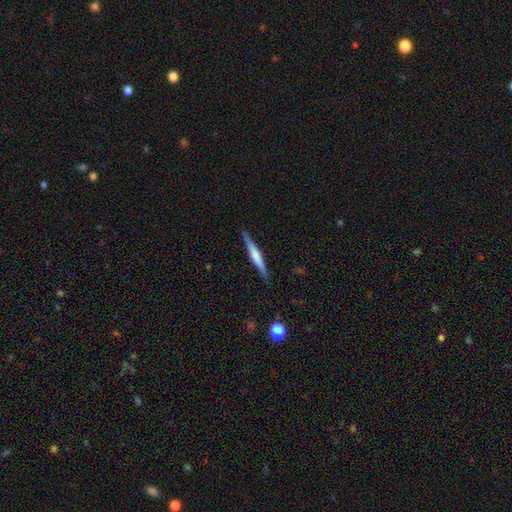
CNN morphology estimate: Overall: featured or disk (53%; smooth 41%). Edge-on disk: yes (97%). Edge-on bulge: rounded (42%; boxy 30%). Merging: none (89%).